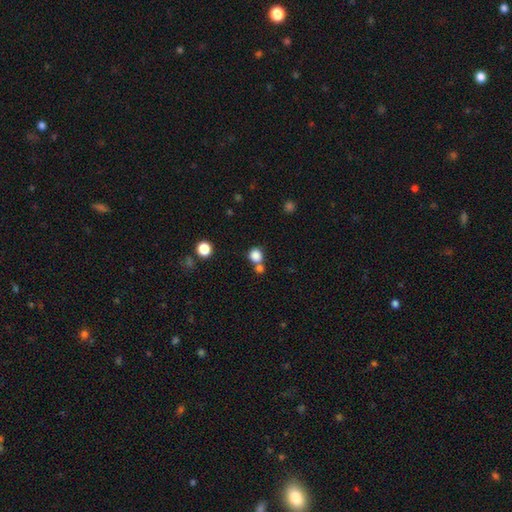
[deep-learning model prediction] Smooth or featured? Predicted: smooth (p=0.84). How rounded? Predicted: round (p=0.83). Merging? Predicted: none (p=0.55).